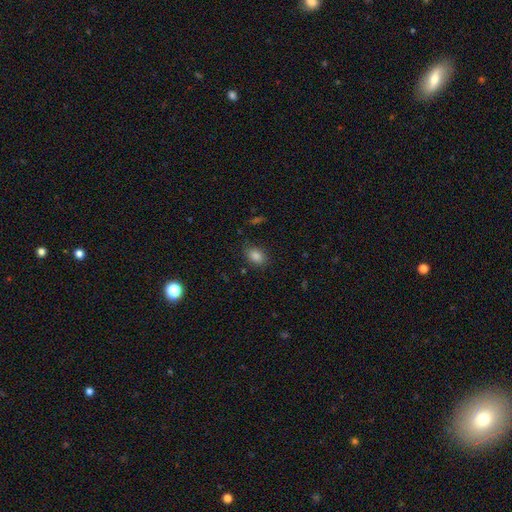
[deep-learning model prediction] This is clearly a smooth galaxy (84%). How rounded: likely in between (79%). Merging: clearly none (83%).